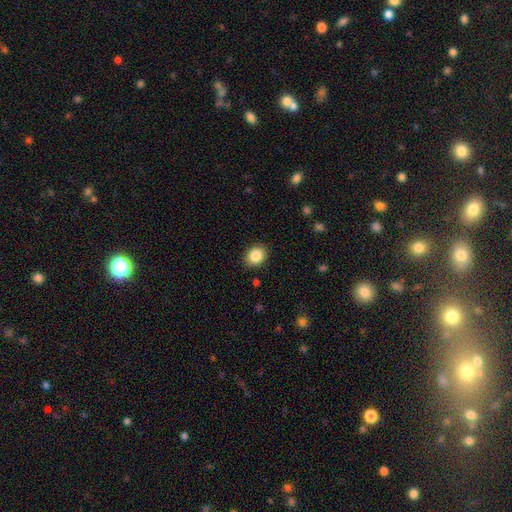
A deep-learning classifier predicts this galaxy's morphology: smooth 86%, star or artifact 9%, featured or disk 5%. Down the decision tree: how rounded — in between (50%); merging — none (88%).